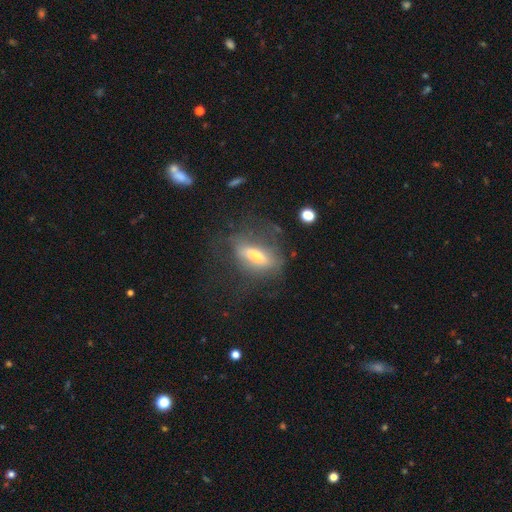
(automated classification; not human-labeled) The model was most divided on "smooth or featured": featured or disk: 45%, smooth: 44%, star or artifact: 11%. Remaining: merging — none (50%).